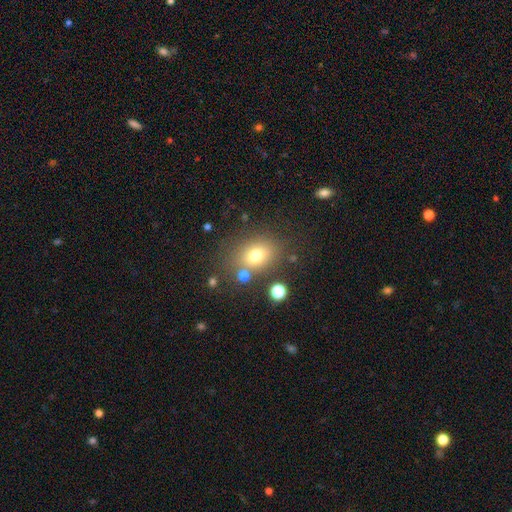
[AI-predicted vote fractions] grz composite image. It shows a smooth galaxy with no disk features (72%) that is in between round and cigar-shaped (58%). Merging: none (73%).